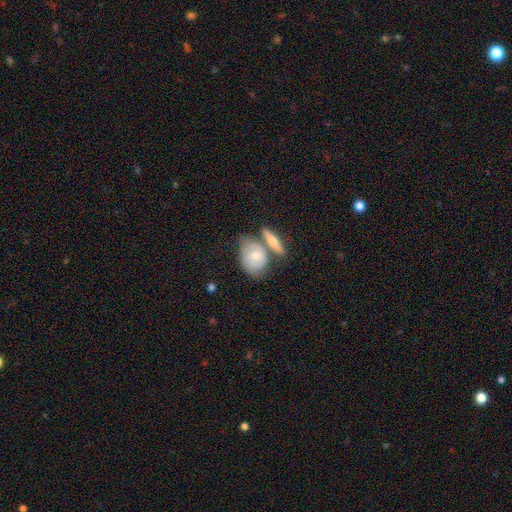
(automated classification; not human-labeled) This appears to be a smooth galaxy with no disk features (55%) that is in between round and cigar-shaped (69%). Merging: none (44%).